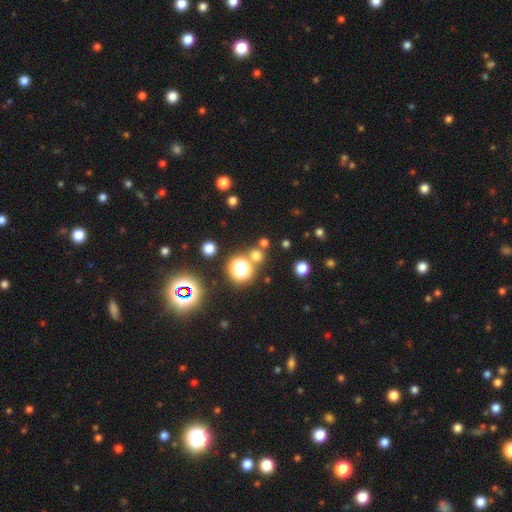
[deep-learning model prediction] smooth-or-featured: smooth: 59% | star or artifact: 34% | featured or disk: 7%
  how-rounded: round: 90% | in between: 9% | cigar-shaped: 1%
  merging: none: 76% | merger: 14% | minor disturbance: 7% | major disturbance: 3%